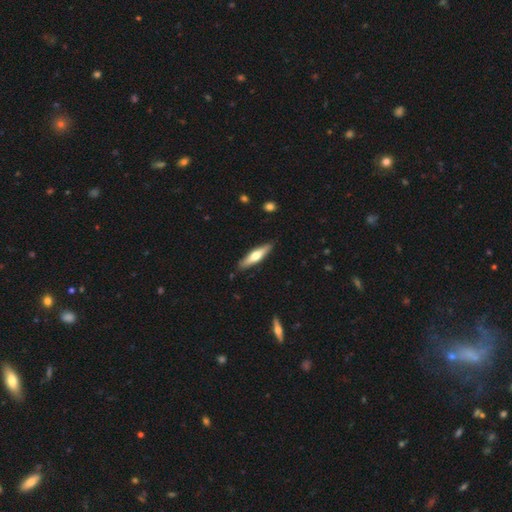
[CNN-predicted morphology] Overall: smooth (50%; featured or disk 45%). Merging: none (89%).